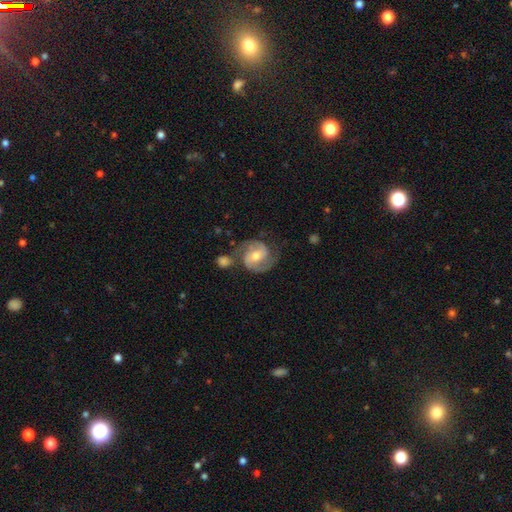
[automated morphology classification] The model was most divided on "bar": weak: 45%, no: 35%, strong: 20%. More confident: edge-on disk — no (98%); spiral arms — yes (96%); spiral arm count — 2 (90%); smooth or featured — featured or disk (86%); bulge size — moderate (67%); merging — none (64%); spiral winding — medium (52%).